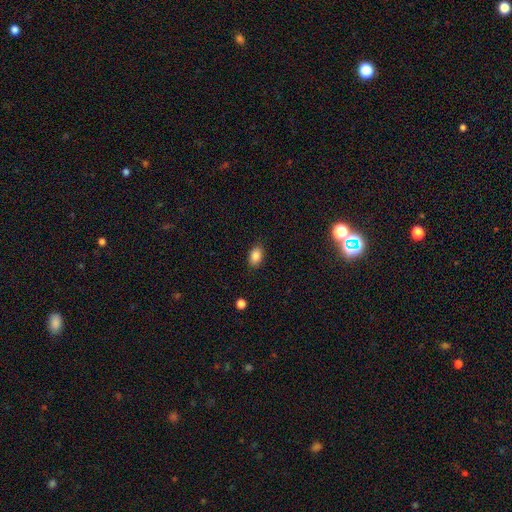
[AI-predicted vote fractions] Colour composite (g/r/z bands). It shows a smooth galaxy with no disk features (86%) that is in between round and cigar-shaped (85%). Merging: none (87%).